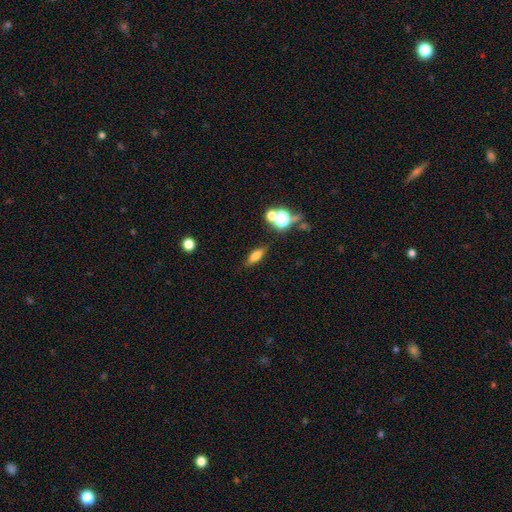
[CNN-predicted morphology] This is likely a smooth galaxy (68%). How rounded: possibly in between (58%). Merging: clearly none (81%).